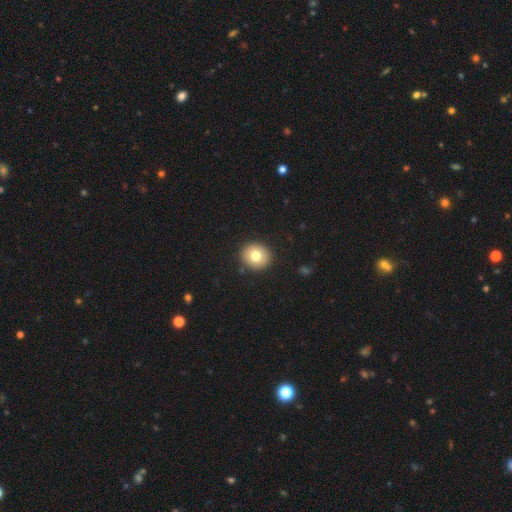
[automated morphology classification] type=smooth (77%); roundness=round (85%); merging=none (91%).